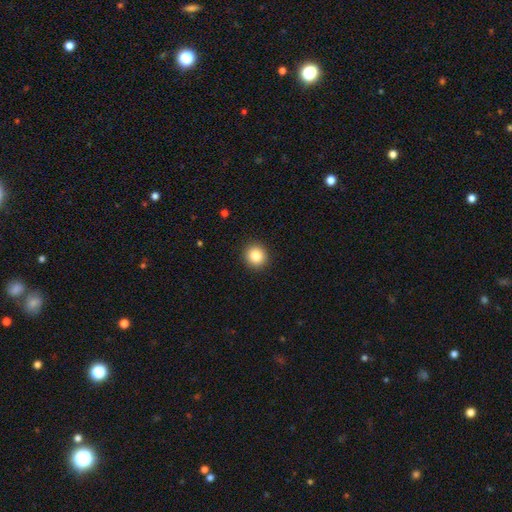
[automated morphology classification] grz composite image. It shows a smooth galaxy with no disk features (85%) that is round (91%). Merging: none (92%).